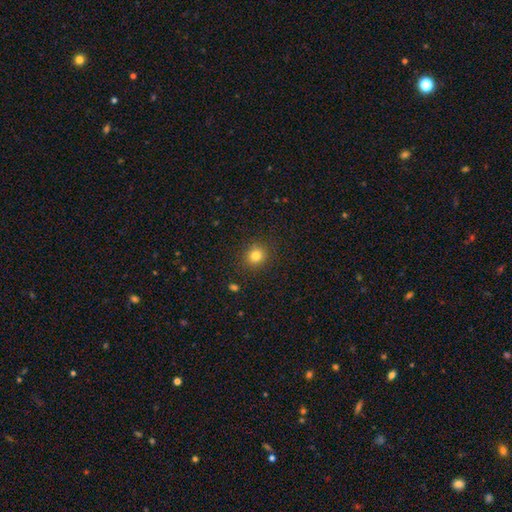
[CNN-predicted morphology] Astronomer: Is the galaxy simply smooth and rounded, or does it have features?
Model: smooth — 82%.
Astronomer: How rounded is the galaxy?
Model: round — 83%.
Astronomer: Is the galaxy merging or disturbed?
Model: none — 88%.